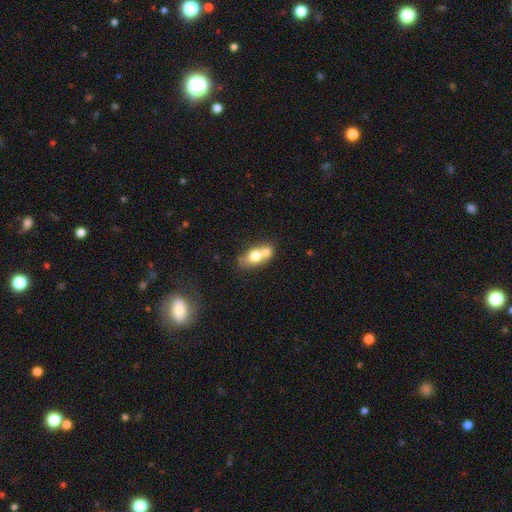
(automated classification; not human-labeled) This is likely a smooth galaxy (66%). How rounded: likely in between (73%). Merging: possibly merger (56%).